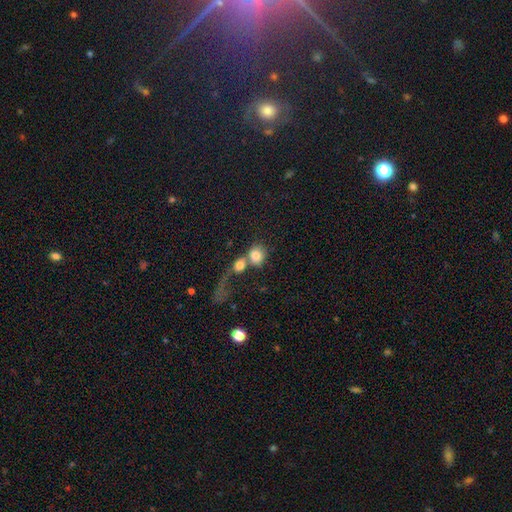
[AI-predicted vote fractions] Smooth or featured? Predicted: smooth (p=0.78). How rounded? Predicted: round (p=0.72). Merging? Predicted: merger (p=0.55).